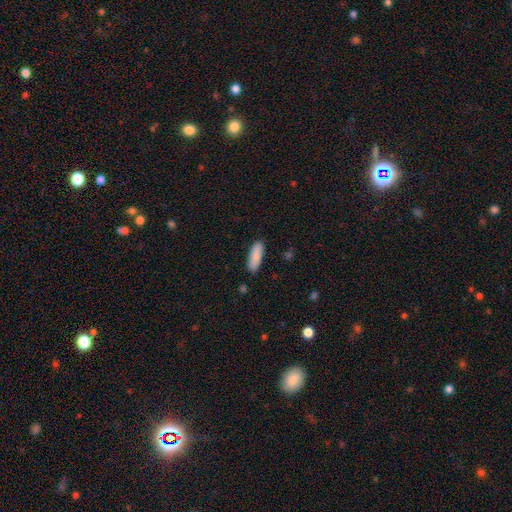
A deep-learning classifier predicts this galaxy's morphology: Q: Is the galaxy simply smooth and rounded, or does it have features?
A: smooth — 89%.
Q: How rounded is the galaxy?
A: in between — 60%.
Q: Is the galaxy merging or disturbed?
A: none — 88%.